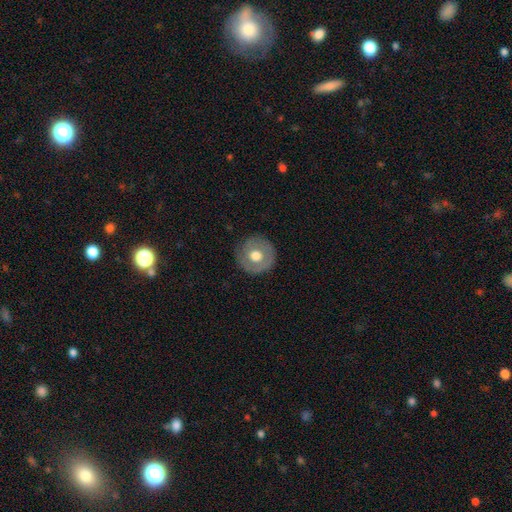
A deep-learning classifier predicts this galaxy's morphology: This is possibly a smooth galaxy (57%). How rounded: clearly round (95%). Merging: clearly none (84%).